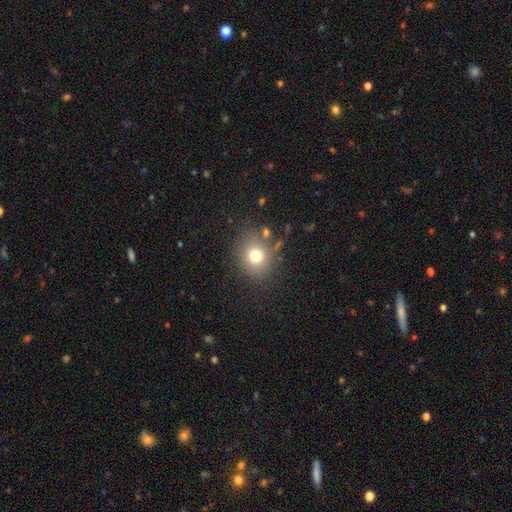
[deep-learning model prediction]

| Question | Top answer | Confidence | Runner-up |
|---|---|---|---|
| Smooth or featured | smooth | 74% | star or artifact (15%) |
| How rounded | round | 74% | in between (25%) |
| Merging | none | 78% | minor disturbance (12%) |